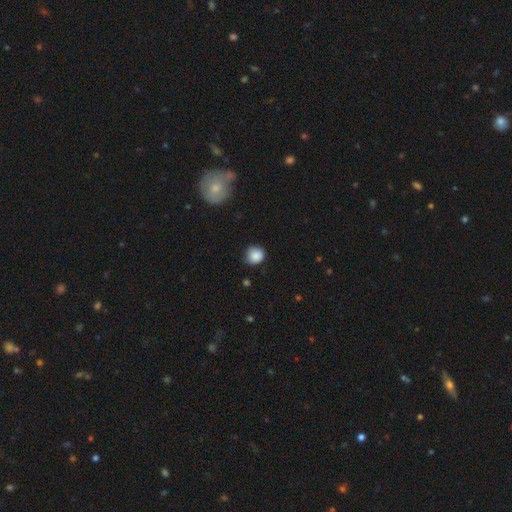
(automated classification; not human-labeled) Q: Smooth or featured?
A: smooth (87%); runner-up: star or artifact (9%)
Q: How rounded?
A: round (86%); runner-up: in between (13%)
Q: Merging?
A: none (77%); runner-up: minor disturbance (18%)